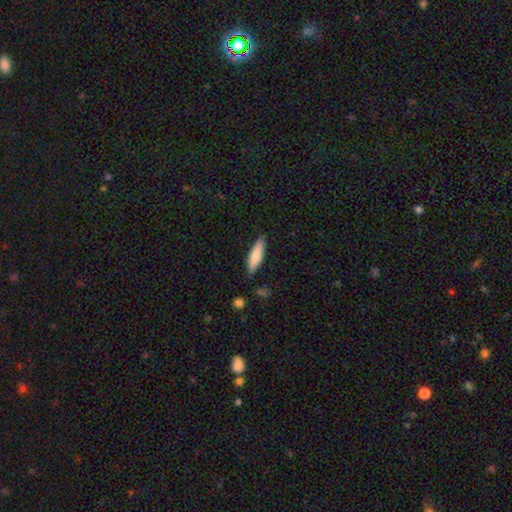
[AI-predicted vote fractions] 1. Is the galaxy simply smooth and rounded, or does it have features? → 80% smooth, 14% featured or disk, 5% star or artifact.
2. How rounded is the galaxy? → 68% cigar-shaped, 31% in between, 1% round.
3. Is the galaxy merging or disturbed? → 86% none, 10% minor disturbance, 2% major disturbance, 2% merger.